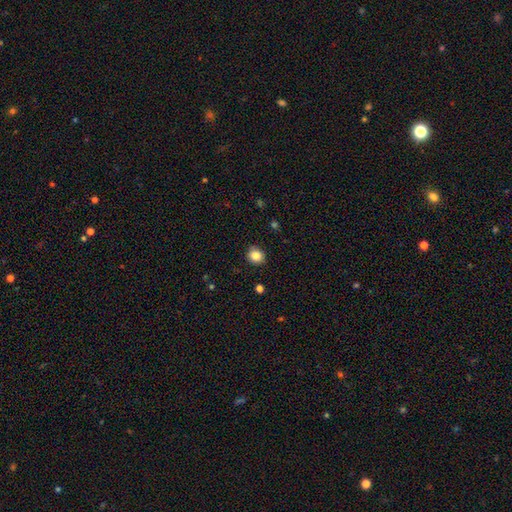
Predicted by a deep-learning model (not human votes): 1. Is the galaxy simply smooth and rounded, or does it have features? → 86% smooth, 10% star or artifact, 4% featured or disk.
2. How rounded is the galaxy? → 81% round, 18% in between, 1% cigar-shaped.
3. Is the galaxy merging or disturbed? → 87% none, 9% minor disturbance, 2% major disturbance, 1% merger.